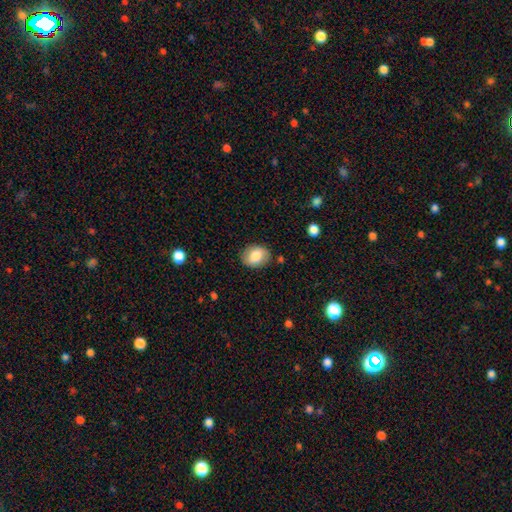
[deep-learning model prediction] Overall: smooth (79%). How rounded: in between (61%; round 38%). Merging: none (83%).